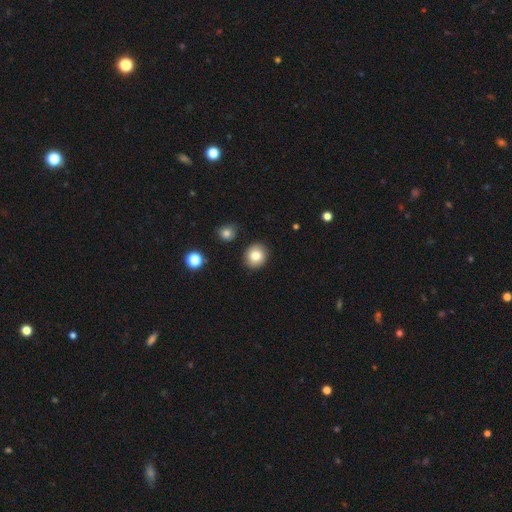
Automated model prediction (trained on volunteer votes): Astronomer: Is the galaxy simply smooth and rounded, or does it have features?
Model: smooth — 81%.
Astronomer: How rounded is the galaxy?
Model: round — 81%.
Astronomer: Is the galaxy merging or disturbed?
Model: none — 89%.